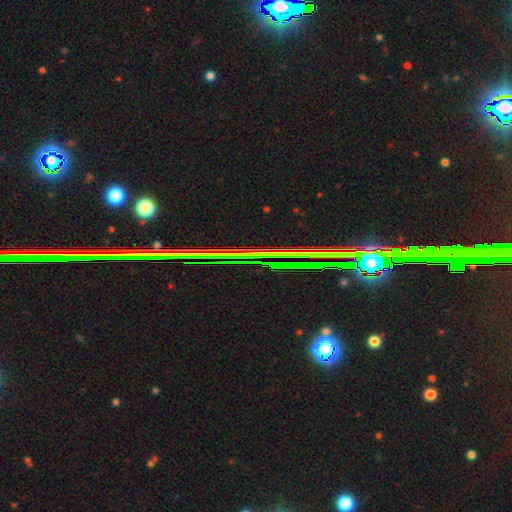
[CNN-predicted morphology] Overall: star or artifact (84%).